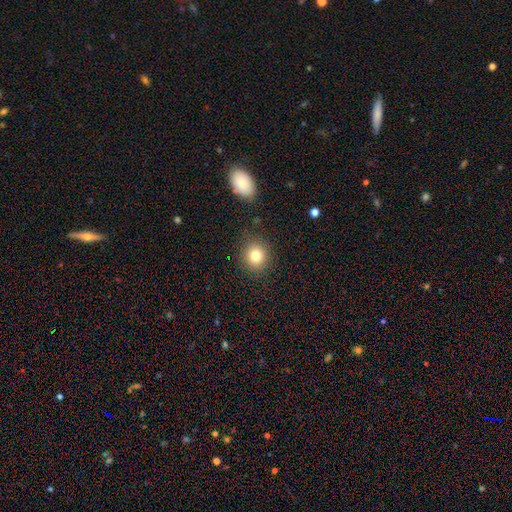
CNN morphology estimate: Smooth or featured?
  - smooth: 80% *
  - star or artifact: 11%
  - featured or disk: 8%
How rounded?
  - round: 85% *
  - in between: 14%
  - cigar-shaped: 1%
Merging?
  - none: 86% *
  - minor disturbance: 9%
  - major disturbance: 3%
  - merger: 2%